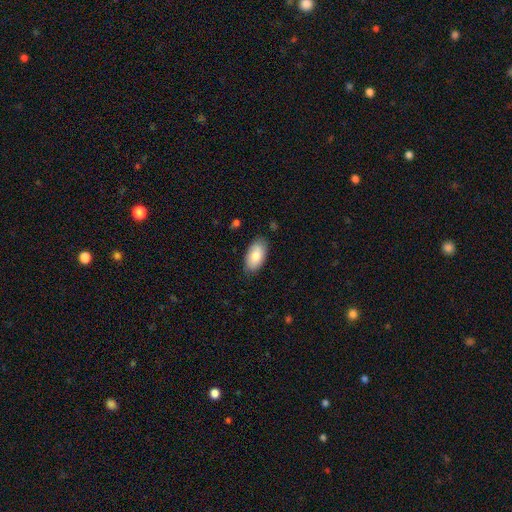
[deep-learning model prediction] A smooth galaxy with no disk features (81%) that is in between round and cigar-shaped (95%). Merging: none (81%).